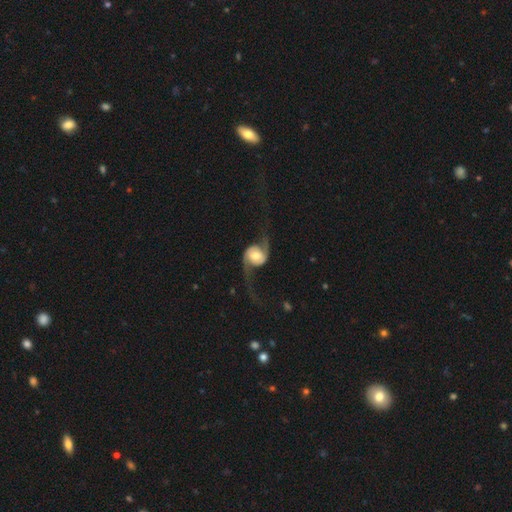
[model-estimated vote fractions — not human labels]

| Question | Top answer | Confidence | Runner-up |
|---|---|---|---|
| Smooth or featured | featured or disk | 86% | smooth (10%) |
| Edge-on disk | no | 96% | yes (4%) |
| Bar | no | 53% | weak (32%) |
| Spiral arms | yes | 96% | no (4%) |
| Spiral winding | loose | 83% | medium (14%) |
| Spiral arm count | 2 | 93% | 1 (2%) |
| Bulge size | moderate | 59% | small (20%) |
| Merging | none | 61% | major disturbance (23%) |